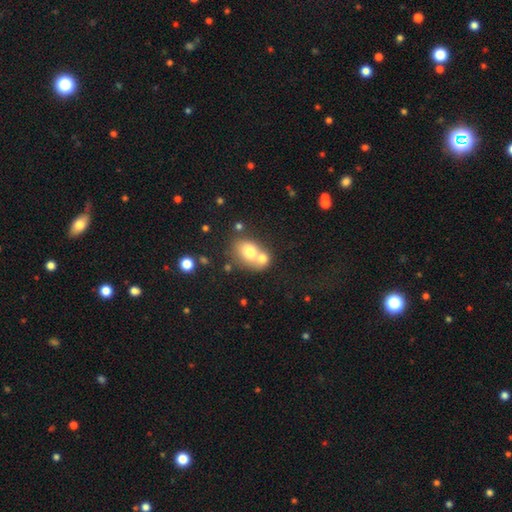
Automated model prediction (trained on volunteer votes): A smooth galaxy with no disk features (69%) that is in between round and cigar-shaped (51%). Merging: merger (55%).